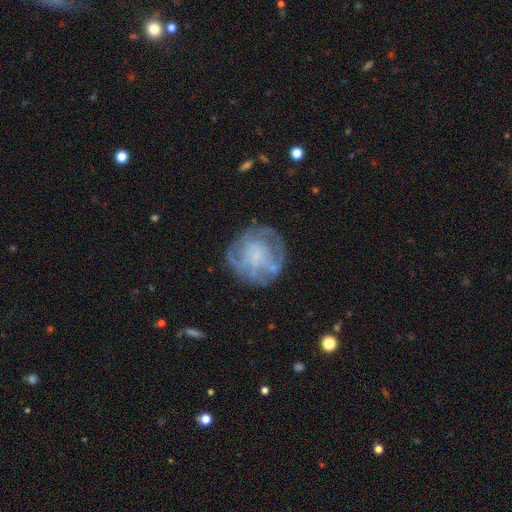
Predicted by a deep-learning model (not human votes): Smooth or featured: featured or disk — 63% (smooth — 28%)
Edge-on disk: no — 97% (yes — 3%)
Bar: no — 77% (weak — 19%)
Spiral arms: yes — 59% (no — 41%)
Bulge size: none — 42% (small — 32%)
Merging: none — 68% (minor disturbance — 18%)